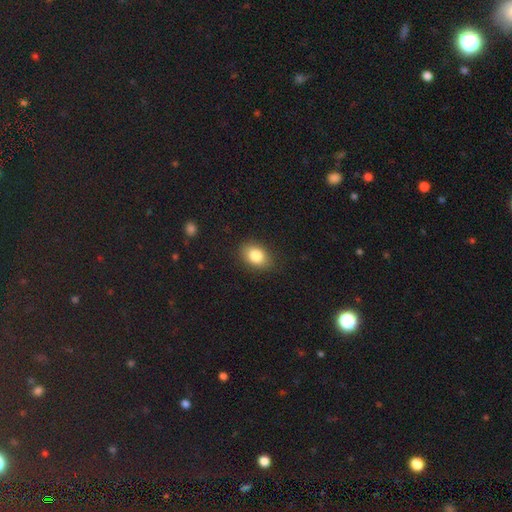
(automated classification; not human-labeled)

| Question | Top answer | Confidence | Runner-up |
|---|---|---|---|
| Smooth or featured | smooth | 84% | star or artifact (8%) |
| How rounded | in between | 79% | round (20%) |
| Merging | none | 85% | minor disturbance (11%) |